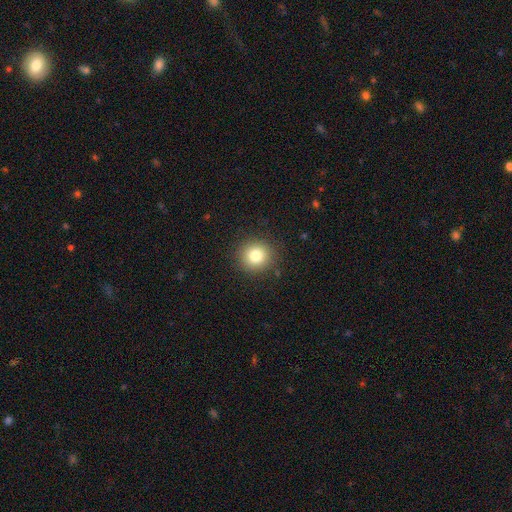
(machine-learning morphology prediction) smooth_or_featured: smooth (p=0.81) [alt: star or artifact p=0.12]
how_rounded: round (p=0.92) [alt: in between p=0.07]
merging: none (p=0.89) [alt: minor disturbance p=0.07]